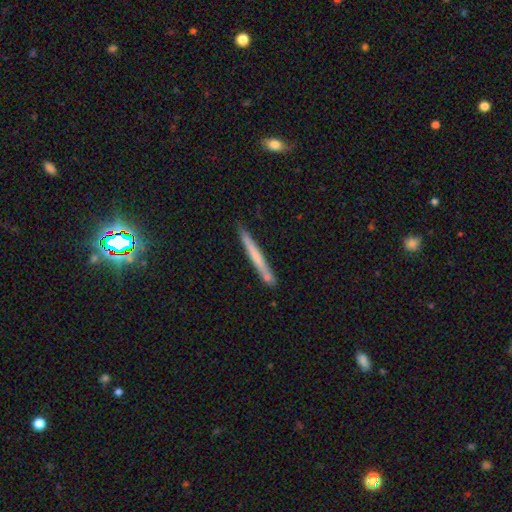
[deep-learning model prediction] Q: Smooth or featured?
A: smooth (59%); runner-up: featured or disk (35%)
Q: How rounded?
A: cigar-shaped (97%); runner-up: in between (2%)
Q: Merging?
A: none (81%); runner-up: minor disturbance (11%)